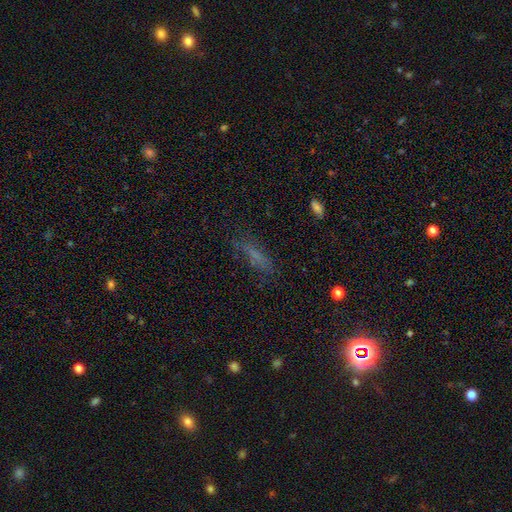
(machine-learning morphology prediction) A smooth galaxy with no disk features (53%) that is cigar-shaped (60%). Merging: none (68%).